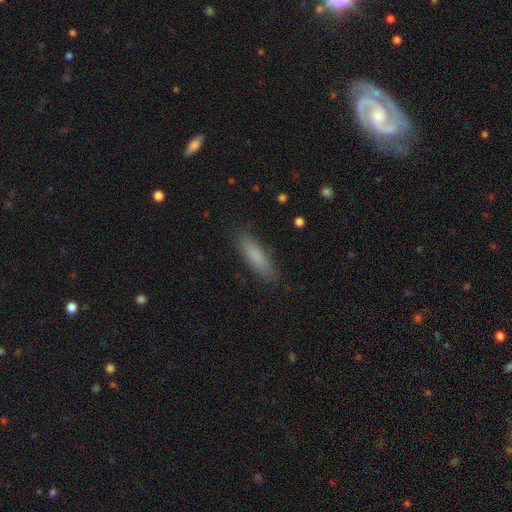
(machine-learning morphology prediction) Smooth or featured? smooth (82%)
How rounded? cigar-shaped (62%)
Merging? none (86%)